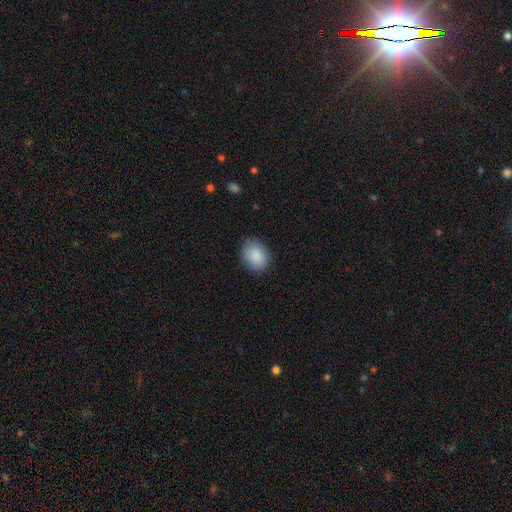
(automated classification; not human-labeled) Smooth or featured: smooth — 89% (star or artifact — 7%)
How rounded: in between — 62% (round — 37%)
Merging: none — 83% (minor disturbance — 13%)